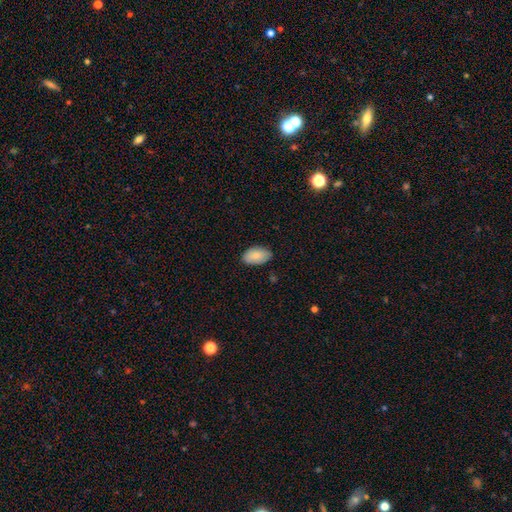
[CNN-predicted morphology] Smooth or featured: smooth — 83% (featured or disk — 11%)
How rounded: in between — 94% (round — 5%)
Merging: none — 80% (minor disturbance — 16%)